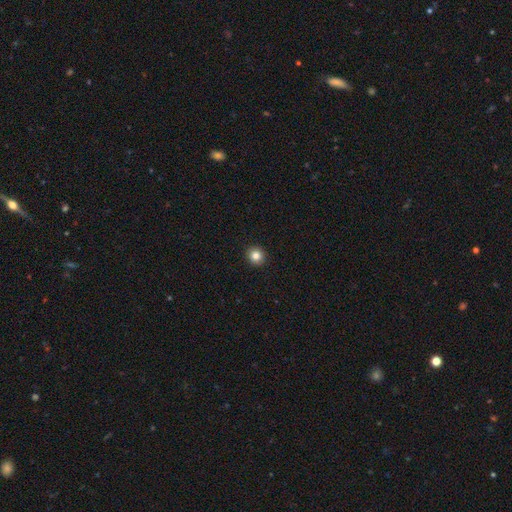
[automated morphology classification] smooth-or-featured: smooth: 84% | star or artifact: 11% | featured or disk: 5%
  how-rounded: round: 93% | in between: 6% | cigar-shaped: 1%
  merging: none: 94% | minor disturbance: 4% | major disturbance: 1% | merger: 1%